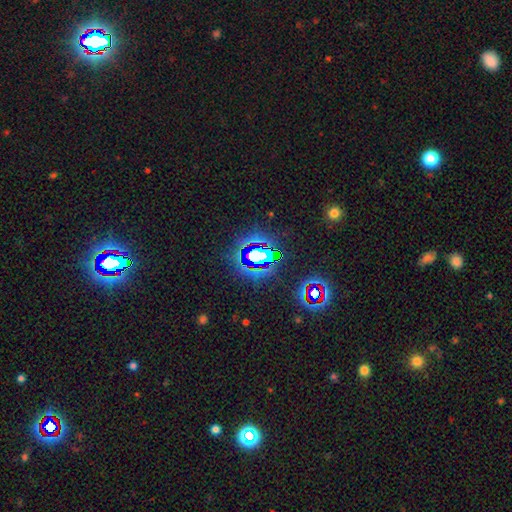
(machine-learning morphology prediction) A star or artifact, not a galaxy (71%).

Vote fractions:
- Smooth or featured? star or artifact: 71% / smooth: 17% / featured or disk: 13%